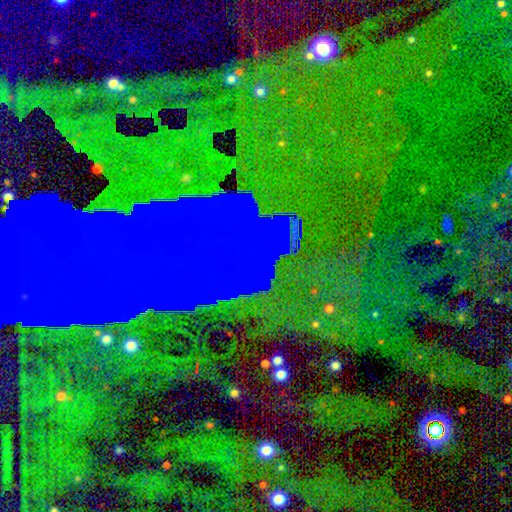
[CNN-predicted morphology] Smooth or featured? Predicted: star or artifact (p=0.73).